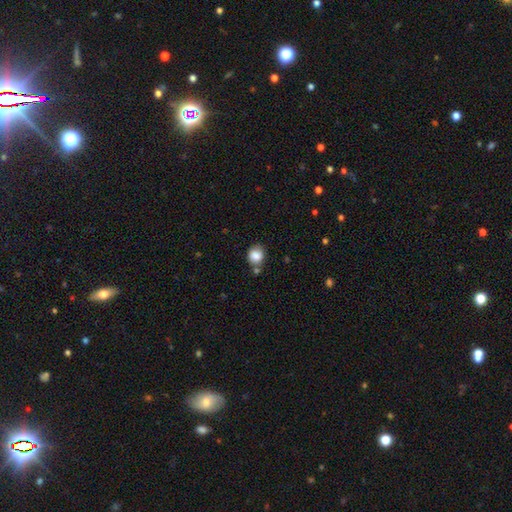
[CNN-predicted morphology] Smooth or featured: smooth — 85% (star or artifact — 9%)
How rounded: round — 74% (in between — 25%)
Merging: none — 64% (minor disturbance — 19%)